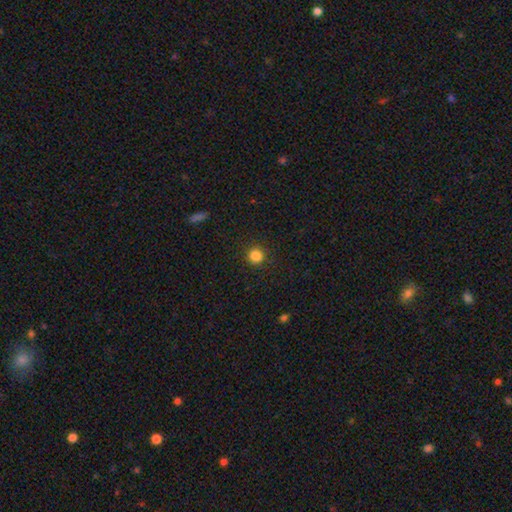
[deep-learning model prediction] This is clearly a smooth galaxy (85%). How rounded: clearly round (91%). Merging: clearly none (90%).